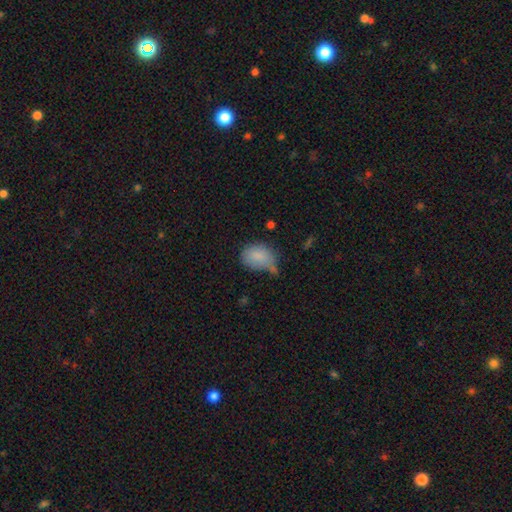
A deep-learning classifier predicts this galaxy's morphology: This appears to be a smooth galaxy with no disk features (84%) that is in between round and cigar-shaped (69%). Merging: none (44%).